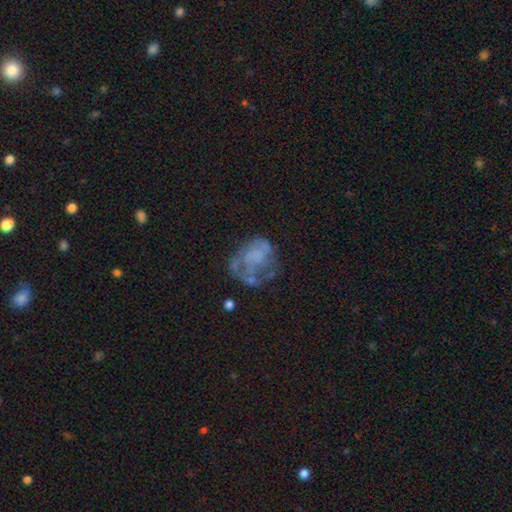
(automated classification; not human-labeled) The model was most divided on "merging": none: 40%, major disturbance: 33%, minor disturbance: 22%, merger: 5%. More confident: edge-on disk — no (98%); bar — no (87%); bulge size — none (73%); smooth or featured — featured or disk (62%); spiral arms — no (60%).